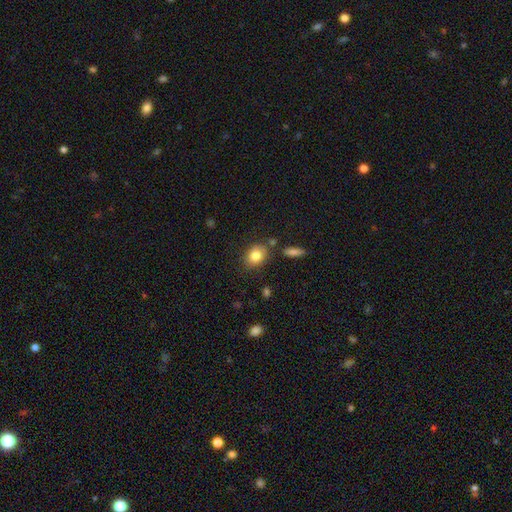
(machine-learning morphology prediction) Smooth or featured: smooth — 82% (featured or disk — 9%)
How rounded: in between — 63% (round — 35%)
Merging: none — 77% (minor disturbance — 13%)